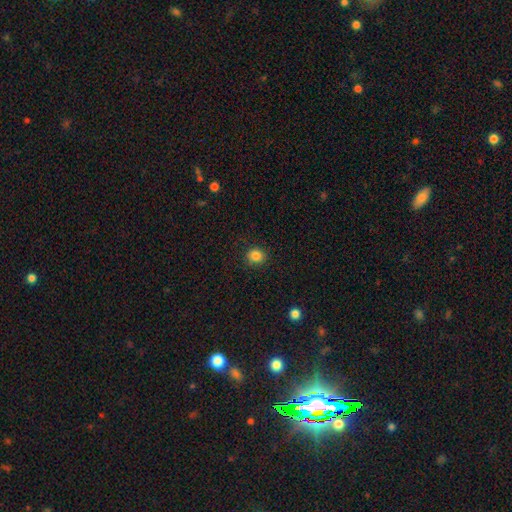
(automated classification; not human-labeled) Q: Smooth or featured?
A: smooth (85%); runner-up: star or artifact (11%)
Q: How rounded?
A: round (85%); runner-up: in between (14%)
Q: Merging?
A: none (88%); runner-up: minor disturbance (8%)